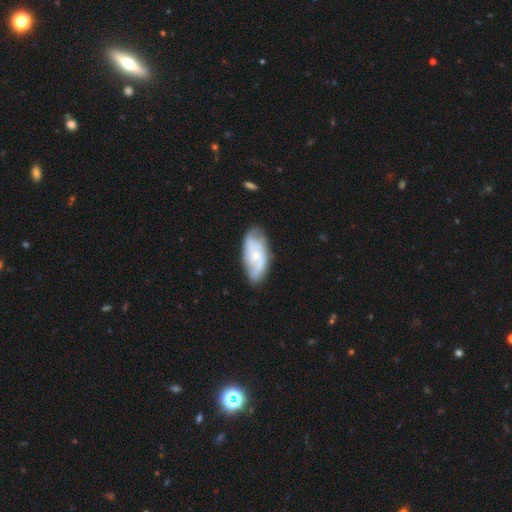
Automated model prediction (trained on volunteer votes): smooth-or-featured: featured or disk: 68% | smooth: 27% | star or artifact: 5%
  disk-edge-on: no: 94% | yes: 6%
    bar: no: 68% | weak: 28% | strong: 4%
    has-spiral-arms: yes: 90% | no: 10%
      spiral-winding: medium: 43% | tight: 37% | loose: 21%
      spiral-arm-count: 2: 51% | can't tell: 26% | 3: 14% | 1: 4% | 4: 3% | more than 4: 2%
    bulge-size: small: 59% | moderate: 34% | none: 3% | large: 2% | dominant: 1%
  merging: none: 72% | minor disturbance: 20% | major disturbance: 6% | merger: 2%